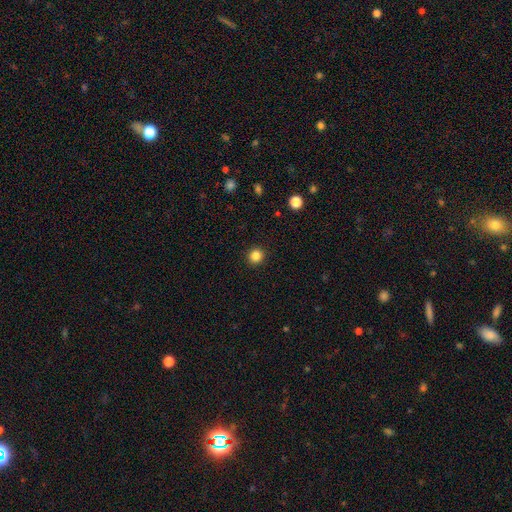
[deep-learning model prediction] Smooth or featured? Predicted: smooth (p=0.85). How rounded? Predicted: round (p=0.93). Merging? Predicted: none (p=0.93).